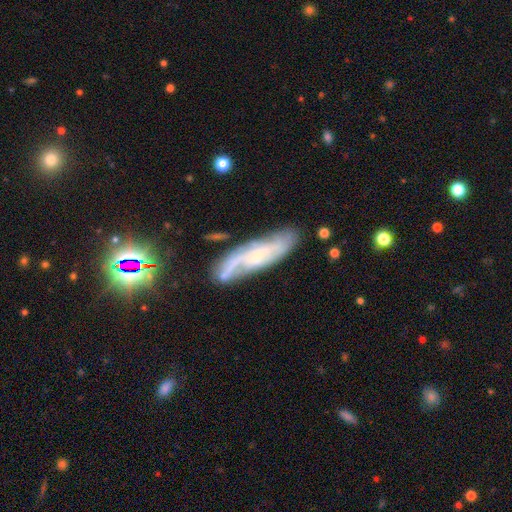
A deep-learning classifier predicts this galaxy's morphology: featured or disk 69%, smooth 22%, star or artifact 9%. Down the decision tree: edge-on disk — no (78%); bar — no (54%); spiral arms — yes (90%); bulge size — small (58%); merging — none (65%).